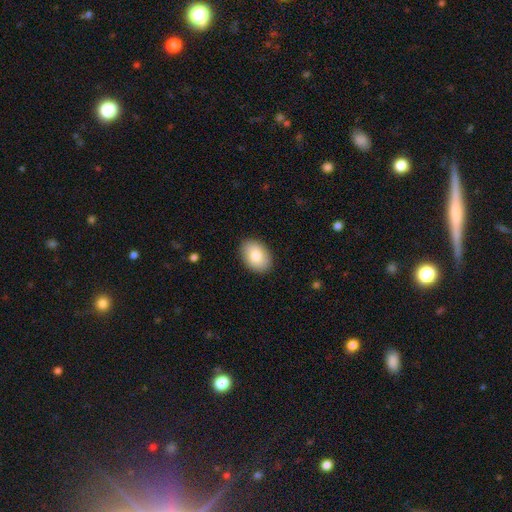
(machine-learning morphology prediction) A smooth galaxy with no disk features (84%) that is in between round and cigar-shaped (83%). Merging: none (89%).